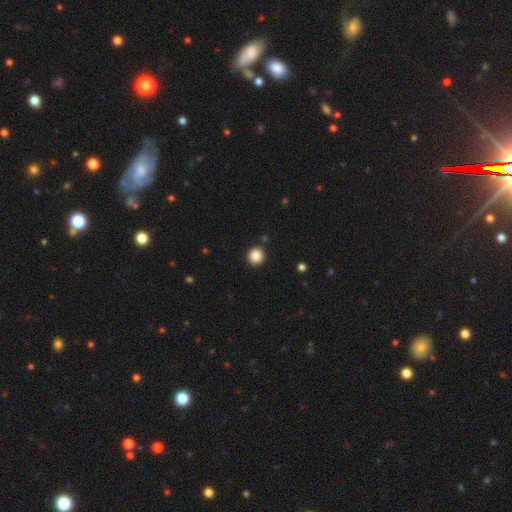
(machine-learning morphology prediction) This is clearly a smooth galaxy (86%). How rounded: clearly round (95%). Merging: clearly none (92%).